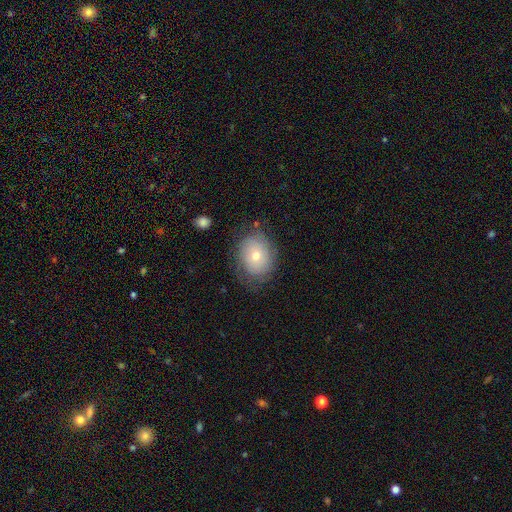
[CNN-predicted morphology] smooth 57%, featured or disk 34%, star or artifact 9%. Down the decision tree: how rounded — in between (53%); merging — none (68%).